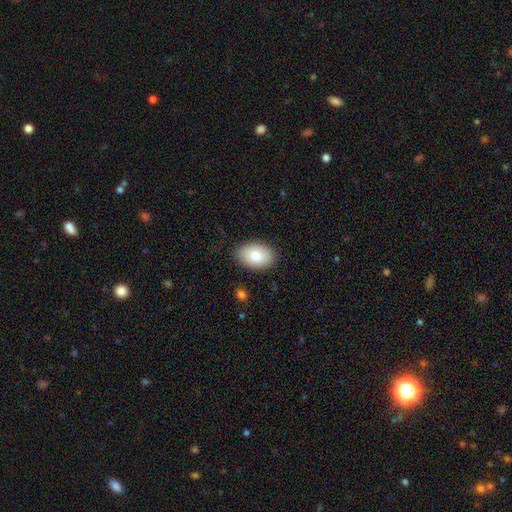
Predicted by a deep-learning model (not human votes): smooth_or_featured: smooth (p=0.79) [alt: featured or disk p=0.14]
how_rounded: in between (p=0.89) [alt: round p=0.10]
merging: none (p=0.86) [alt: minor disturbance p=0.10]